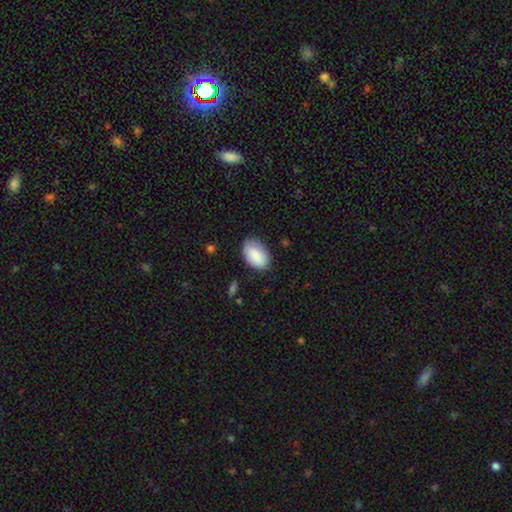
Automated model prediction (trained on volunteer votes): Smooth or featured? Predicted: smooth (p=0.87). How rounded? Predicted: in between (p=0.91). Merging? Predicted: none (p=0.77).